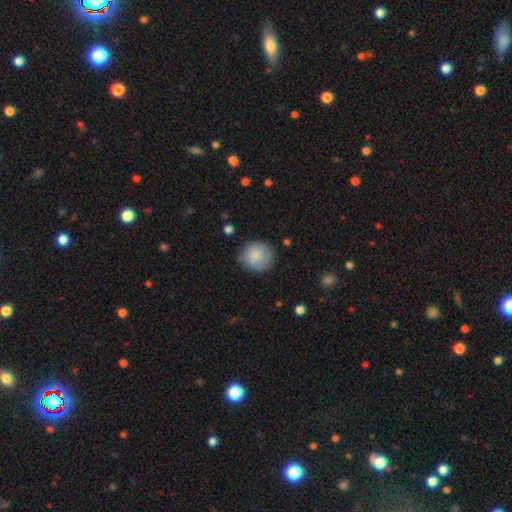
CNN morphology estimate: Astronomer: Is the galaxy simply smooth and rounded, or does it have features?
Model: smooth — 86%.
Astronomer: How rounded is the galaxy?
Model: round — 86%.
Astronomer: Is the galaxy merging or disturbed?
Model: none — 79%.